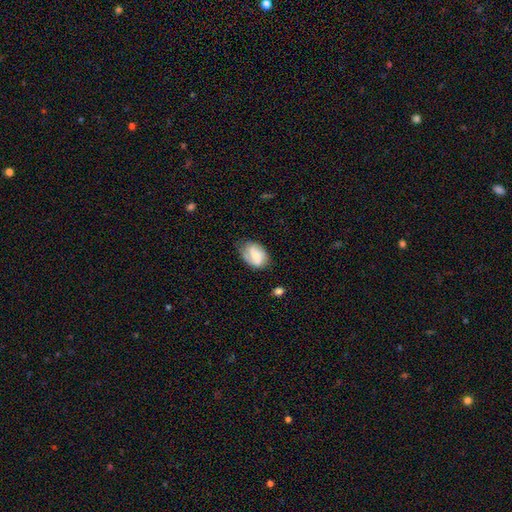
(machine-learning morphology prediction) The model was most divided on "smooth or featured": featured or disk: 48%, smooth: 45%, star or artifact: 7%. More confident: merging — none (62%).